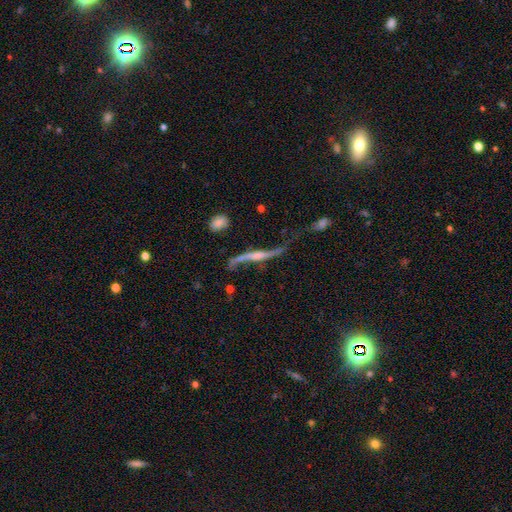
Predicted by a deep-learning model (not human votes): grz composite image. It shows a featured or disk galaxy (81%) viewed edge-on (54%). Merging: none (46%).